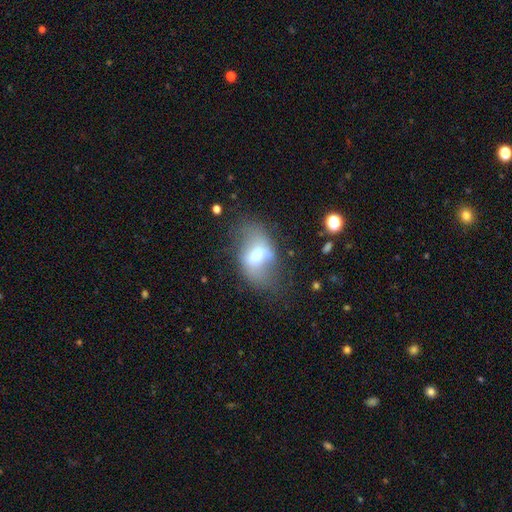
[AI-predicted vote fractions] Smooth or featured: smooth — 47% (featured or disk — 43%)
Merging: none — 53% (minor disturbance — 26%)